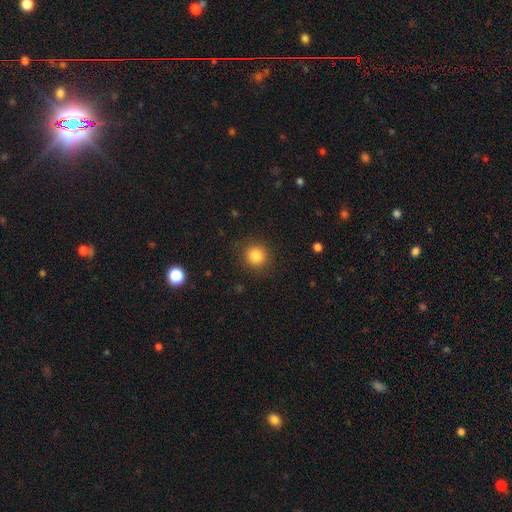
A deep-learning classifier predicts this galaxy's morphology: Smooth or featured? smooth (84%)
How rounded? round (92%)
Merging? none (89%)